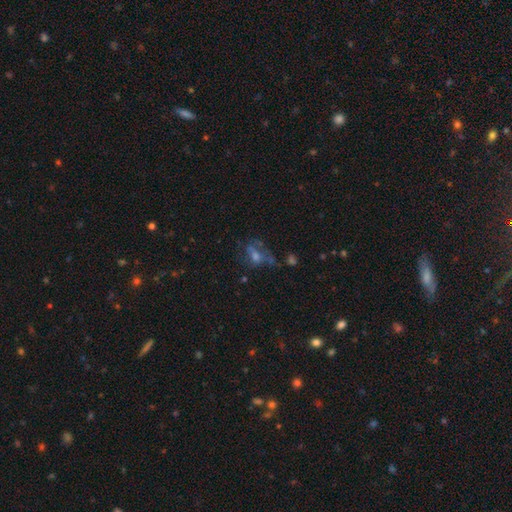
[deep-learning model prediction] smooth-or-featured: featured or disk: 41% | star or artifact: 30% | smooth: 29%
  merging: none: 42% | major disturbance: 29% | minor disturbance: 18% | merger: 11%